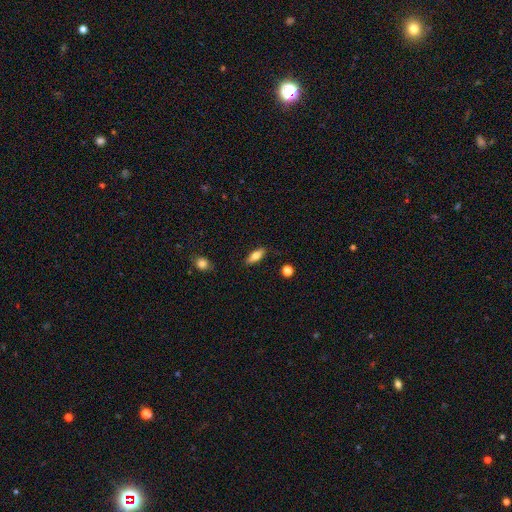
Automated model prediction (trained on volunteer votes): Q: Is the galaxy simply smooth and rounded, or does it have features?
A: smooth — 70%.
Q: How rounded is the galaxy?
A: in between — 64%.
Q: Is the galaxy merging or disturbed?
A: none — 86%.